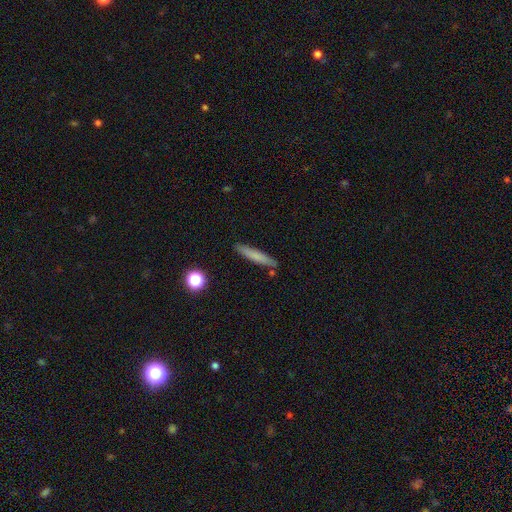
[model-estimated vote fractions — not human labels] A smooth galaxy with no disk features (71%) that is cigar-shaped (93%).

Vote fractions:
- Smooth or featured? smooth: 71% / featured or disk: 21% / star or artifact: 8%
- How rounded? cigar-shaped: 93% / in between: 6% / round: 2%
- Merging? none: 83% / minor disturbance: 10% / merger: 4% / major disturbance: 2%